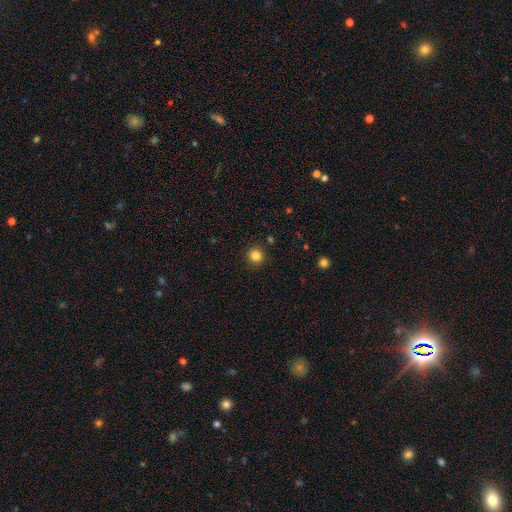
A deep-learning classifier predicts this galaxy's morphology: smooth 84%, star or artifact 12%, featured or disk 4%. Down the decision tree: how rounded — round (93%); merging — none (90%).